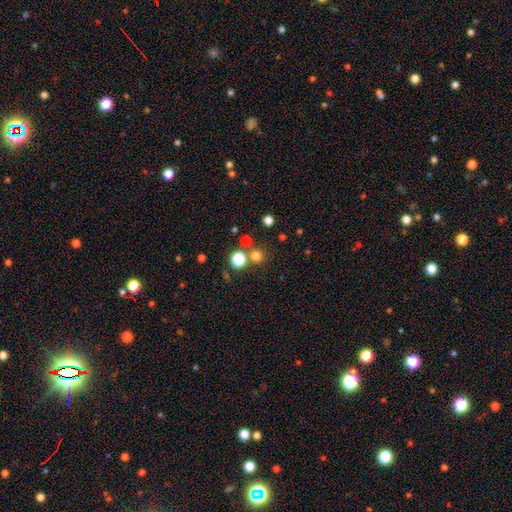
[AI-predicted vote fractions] smooth 72%, star or artifact 21%, featured or disk 6%. Down the decision tree: how rounded — round (93%); merging — none (74%).